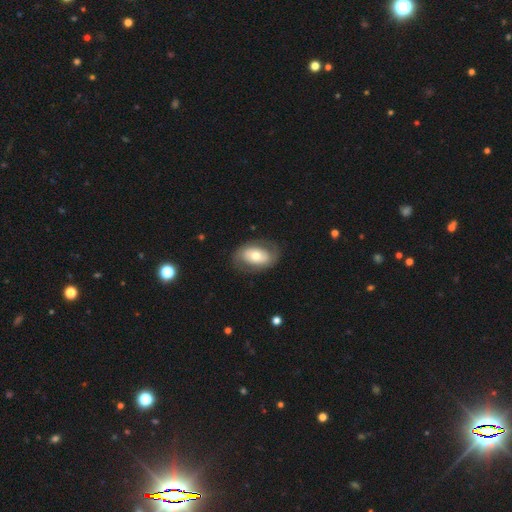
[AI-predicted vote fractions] Smooth or featured? Predicted: smooth (p=0.47, tied with featured or disk). Merging? Predicted: none (p=0.77).